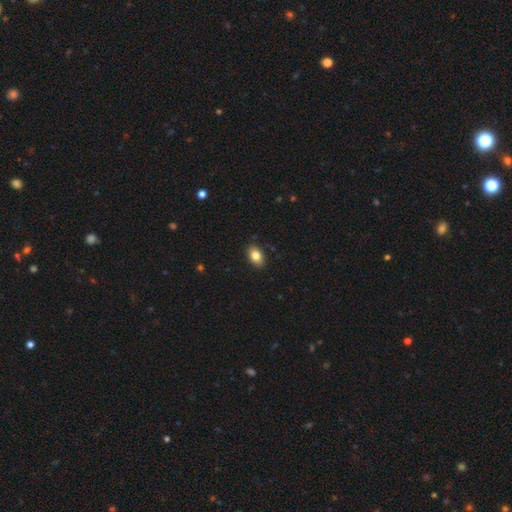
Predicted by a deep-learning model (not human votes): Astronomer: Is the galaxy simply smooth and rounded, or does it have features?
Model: smooth — 83%.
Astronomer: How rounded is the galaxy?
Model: in between — 86%.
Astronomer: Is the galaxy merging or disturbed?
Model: none — 89%.